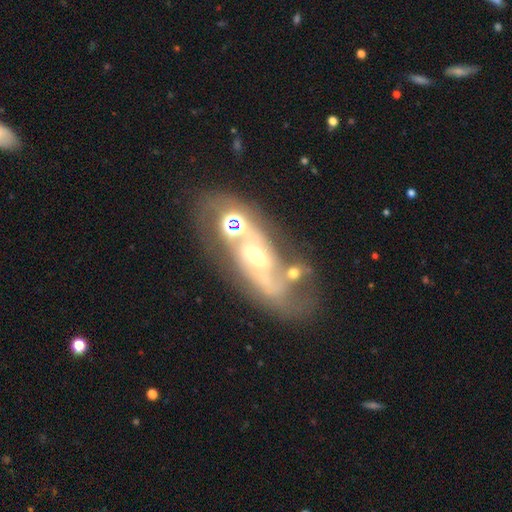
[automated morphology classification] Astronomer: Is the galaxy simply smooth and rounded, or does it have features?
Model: featured or disk — 79%.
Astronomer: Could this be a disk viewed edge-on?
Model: no — 90%.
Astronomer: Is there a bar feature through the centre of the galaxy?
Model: no — 60%.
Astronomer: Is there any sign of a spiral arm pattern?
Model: yes — 74%.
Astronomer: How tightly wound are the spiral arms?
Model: medium — 42% (runner-up: tight, 30%).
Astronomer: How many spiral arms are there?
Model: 2 — 70%.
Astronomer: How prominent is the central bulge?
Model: moderate — 53% (runner-up: small, 37%).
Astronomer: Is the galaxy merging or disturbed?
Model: none — 52%.